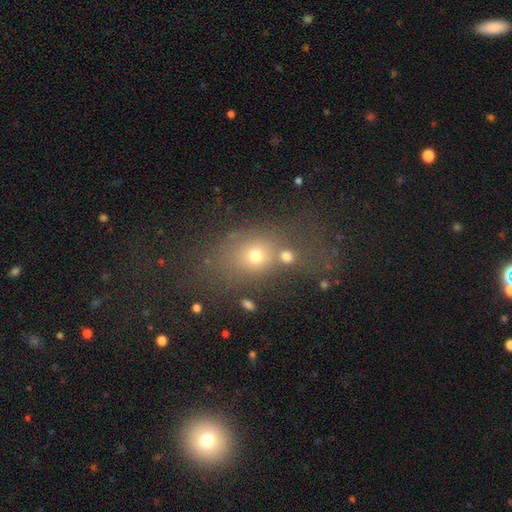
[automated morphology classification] This appears to be a smooth galaxy with no disk features (63%) that is in between round and cigar-shaped (54%). Merging: none (47%).